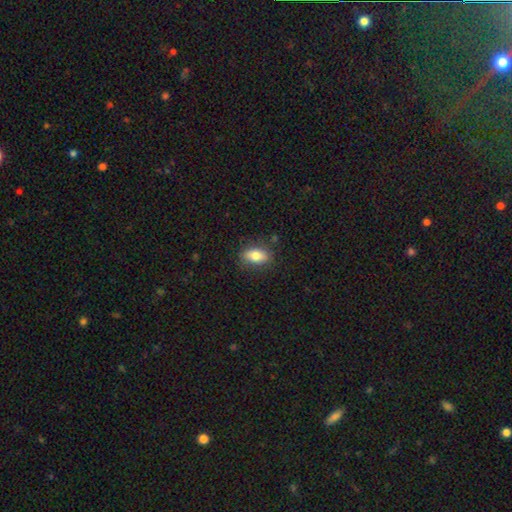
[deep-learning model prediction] smooth 77%, featured or disk 15%, star or artifact 8%. Down the decision tree: how rounded — in between (85%); merging — none (82%).